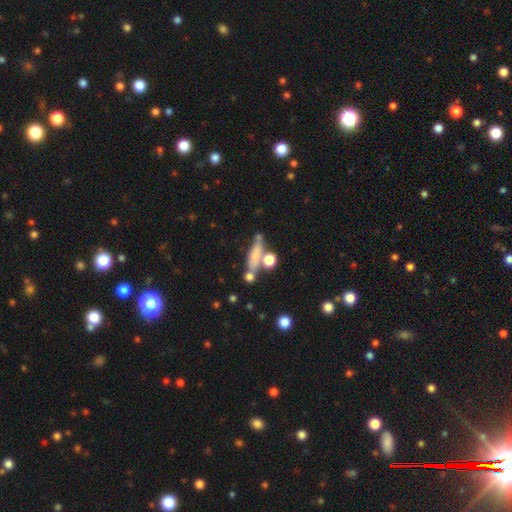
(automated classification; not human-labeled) Q: Smooth or featured?
A: smooth (66%); runner-up: featured or disk (23%)
Q: How rounded?
A: cigar-shaped (60%); runner-up: in between (30%)
Q: Merging?
A: none (53%); runner-up: merger (24%)